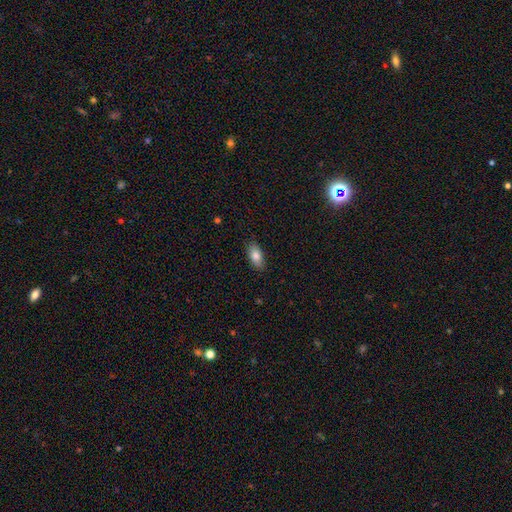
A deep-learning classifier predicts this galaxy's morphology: Overall: smooth (82%). How rounded: in between (88%). Merging: none (87%).